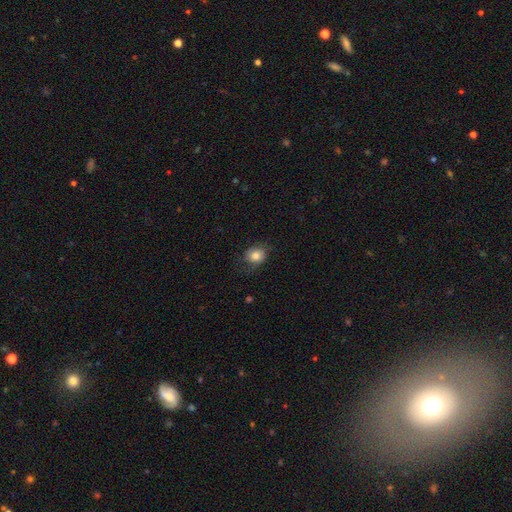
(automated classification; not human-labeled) A smooth galaxy with no disk features (80%) that is round (63%).

Vote fractions:
- Smooth or featured? smooth: 80% / featured or disk: 11% / star or artifact: 9%
- How rounded? round: 63% / in between: 36% / cigar-shaped: 1%
- Merging? none: 67% / minor disturbance: 23% / major disturbance: 10% / merger: 1%